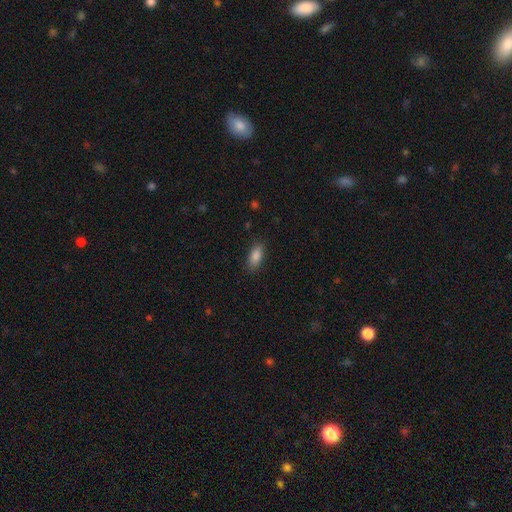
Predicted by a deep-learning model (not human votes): Smooth or featured? smooth (88%)
How rounded? in between (88%)
Merging? none (86%)